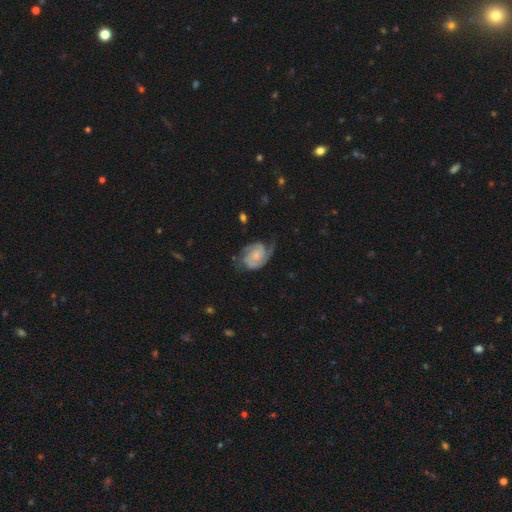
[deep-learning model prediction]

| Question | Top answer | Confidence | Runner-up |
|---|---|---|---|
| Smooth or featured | featured or disk | 84% | smooth (11%) |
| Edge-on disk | no | 98% | yes (2%) |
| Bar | no | 66% | weak (29%) |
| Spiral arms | yes | 97% | no (3%) |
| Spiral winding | tight | 50% | medium (39%) |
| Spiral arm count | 2 | 78% | 3 (7%) |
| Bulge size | small | 46% | moderate (29%) |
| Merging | none | 64% | minor disturbance (22%) |